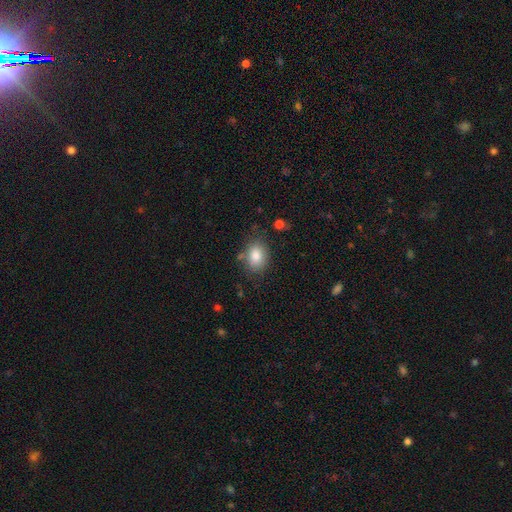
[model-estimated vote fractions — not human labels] Overall: smooth (83%). How rounded: in between (66%; round 32%). Merging: none (76%).